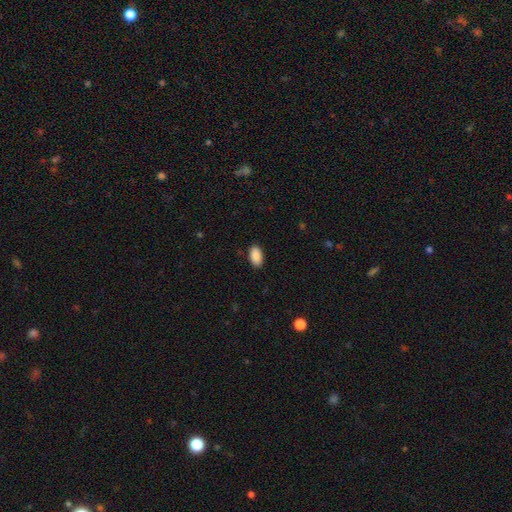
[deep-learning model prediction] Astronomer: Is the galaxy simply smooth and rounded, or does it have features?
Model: smooth — 90%.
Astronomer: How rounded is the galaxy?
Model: in between — 95%.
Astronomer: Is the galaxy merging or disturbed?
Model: none — 88%.